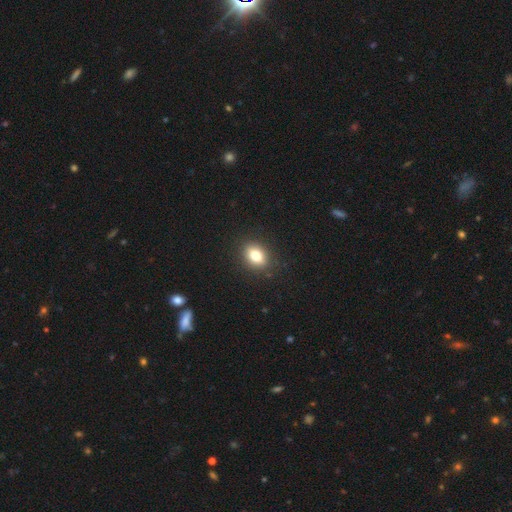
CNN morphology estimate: Overall: smooth (77%). How rounded: in between (70%). Merging: none (88%).